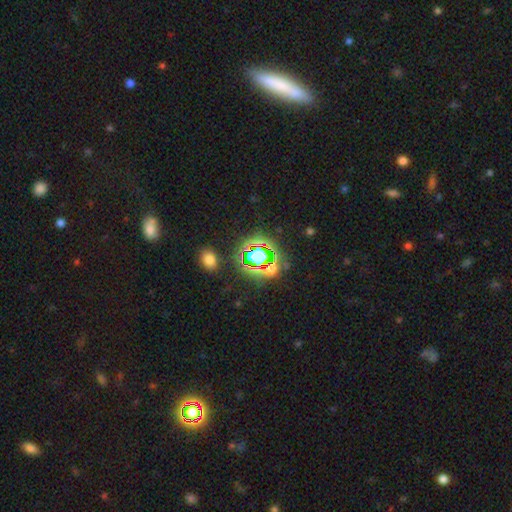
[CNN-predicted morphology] star or artifact 69%, smooth 20%, featured or disk 11%.